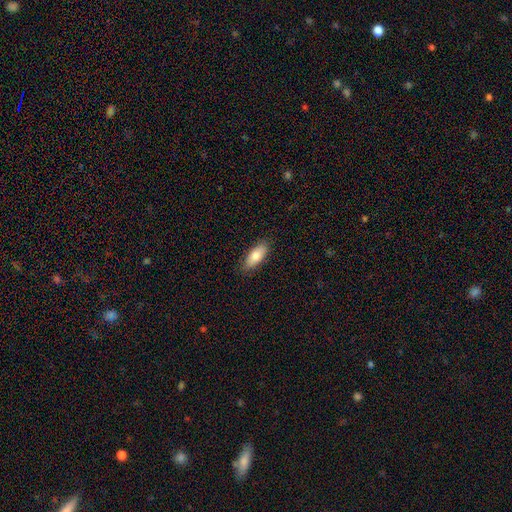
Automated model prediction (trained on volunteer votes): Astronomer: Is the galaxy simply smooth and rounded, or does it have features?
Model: smooth — 80%.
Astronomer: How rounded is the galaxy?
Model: in between — 79%.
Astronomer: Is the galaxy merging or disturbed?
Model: none — 87%.